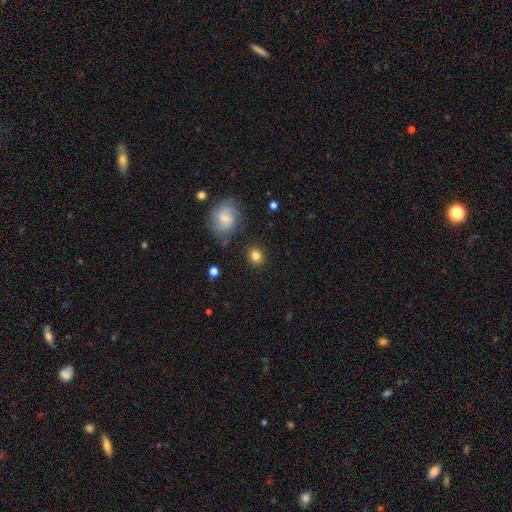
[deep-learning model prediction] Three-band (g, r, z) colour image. It shows a smooth galaxy with no disk features (83%) that is round (80%). Merging: none (86%).